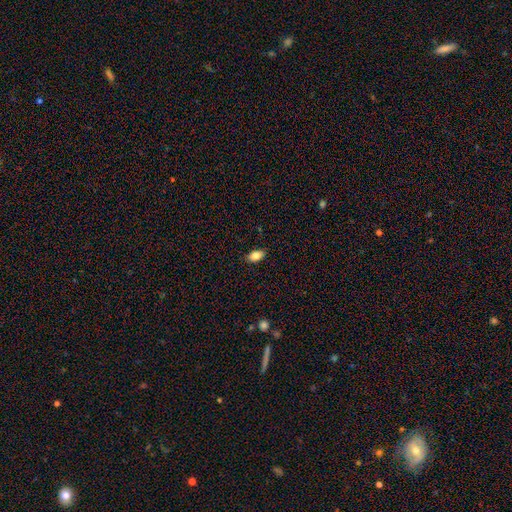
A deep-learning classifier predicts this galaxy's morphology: This appears to be a smooth galaxy with no disk features (83%) that is in between round and cigar-shaped (91%). Merging: none (88%).